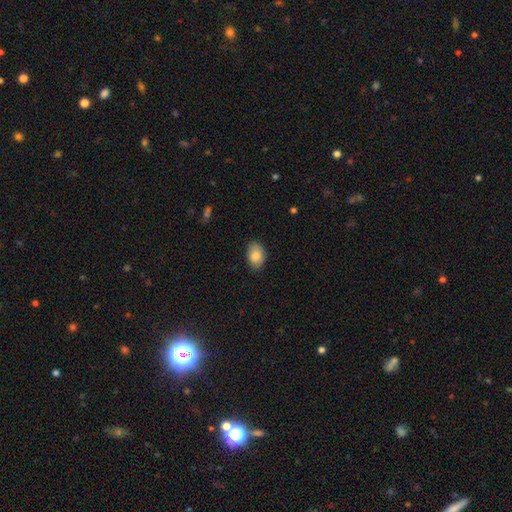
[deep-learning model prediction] Overall: smooth (86%). How rounded: in between (82%). Merging: none (81%).